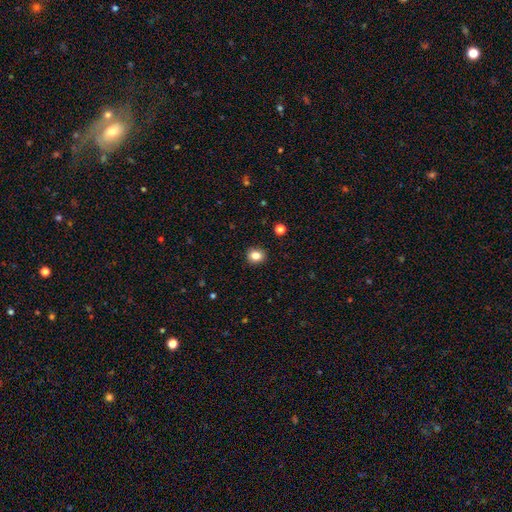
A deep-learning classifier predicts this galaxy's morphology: Overall: smooth (83%). How rounded: round (71%). Merging: none (91%).